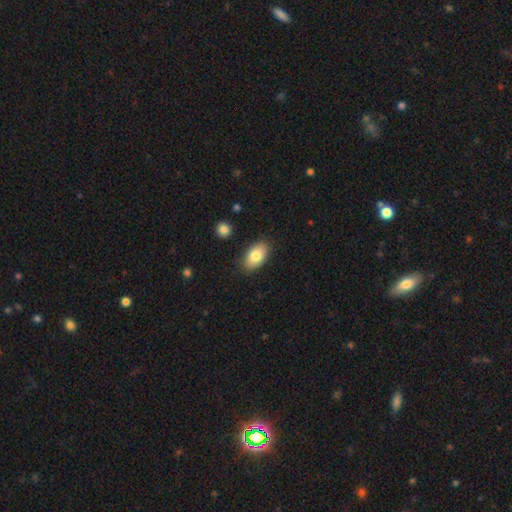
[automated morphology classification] smooth-or-featured: smooth: 83% | featured or disk: 11% | star or artifact: 7%
  how-rounded: in between: 93% | round: 5% | cigar-shaped: 2%
  merging: none: 85% | minor disturbance: 11% | major disturbance: 2% | merger: 2%